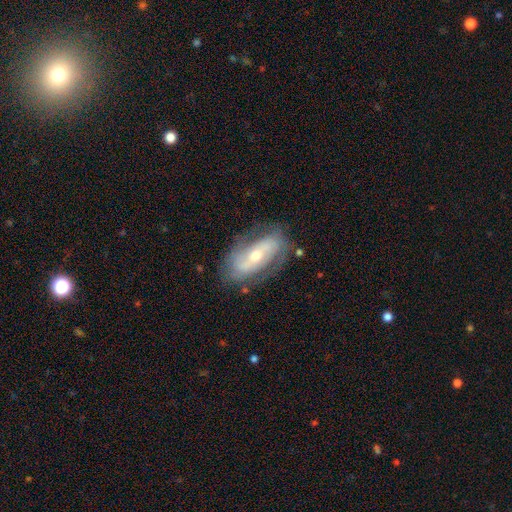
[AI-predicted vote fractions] Q: Smooth or featured?
A: featured or disk (72%); runner-up: smooth (22%)
Q: Edge-on disk?
A: no (89%); runner-up: yes (11%)
Q: Bar?
A: no (40%); runner-up: strong (31%)
Q: Spiral arms?
A: yes (75%); runner-up: no (25%)
Q: Bulge size?
A: moderate (51%); runner-up: small (45%)
Q: Merging?
A: none (72%); runner-up: minor disturbance (18%)